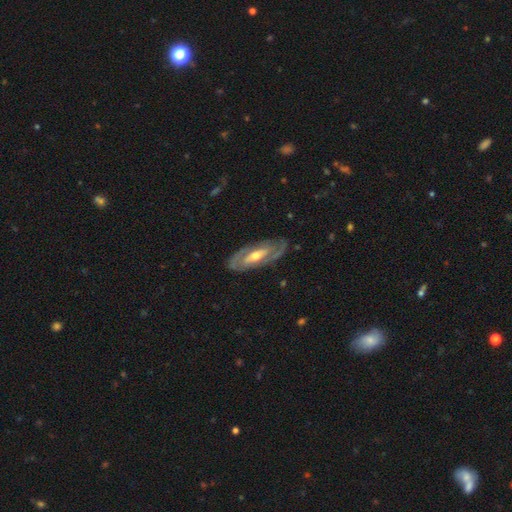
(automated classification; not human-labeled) A featured or disk galaxy (81%) with a weak bar (35%), 2 (73%) tight (54%) spiral arms (81%) and a moderate central bulge (65%).

Vote fractions:
- Smooth or featured? featured or disk: 81% / smooth: 14% / star or artifact: 5%
- Edge-on disk? no: 87% / yes: 13%
- Bar? weak: 35% / no: 32% / strong: 32%
- Spiral arms? yes: 81% / no: 19%
- Spiral winding? tight: 54% / medium: 34% / loose: 11%
- Spiral arm count? 2: 73% / can't tell: 17% / 1: 4% / 3: 3% / 4: 1% / more than 4: 1%
- Bulge size? moderate: 65% / small: 28% / large: 5% / none: 1% / dominant: 1%
- Merging? none: 82% / minor disturbance: 13% / major disturbance: 4% / merger: 1%